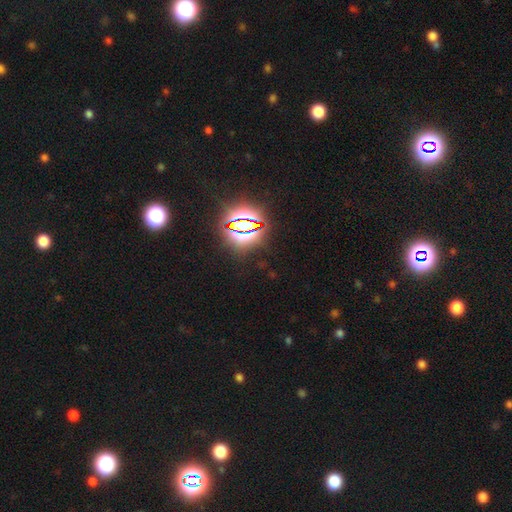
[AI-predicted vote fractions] Morphology: type=star or artifact (82%).